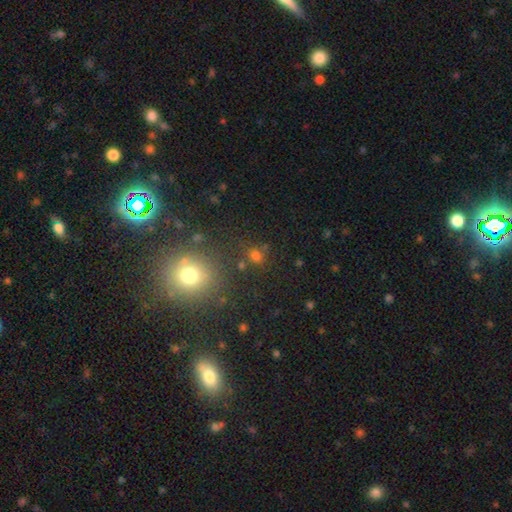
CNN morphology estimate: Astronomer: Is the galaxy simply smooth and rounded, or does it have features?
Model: smooth — 66%.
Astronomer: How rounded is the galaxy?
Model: round — 77%.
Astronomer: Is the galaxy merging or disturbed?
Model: none — 73%.